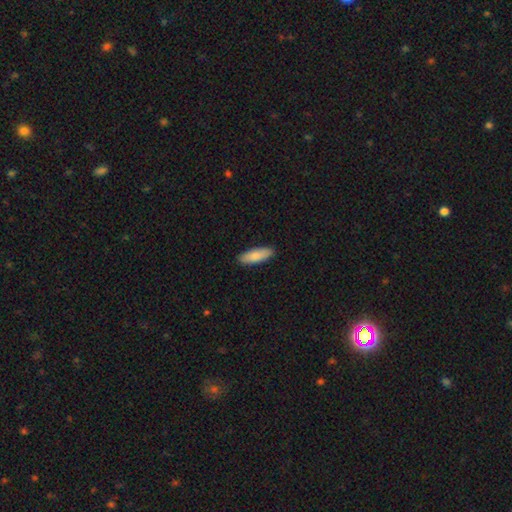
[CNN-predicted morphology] type=smooth (85%); roundness=in between (55%); merging=none (90%).